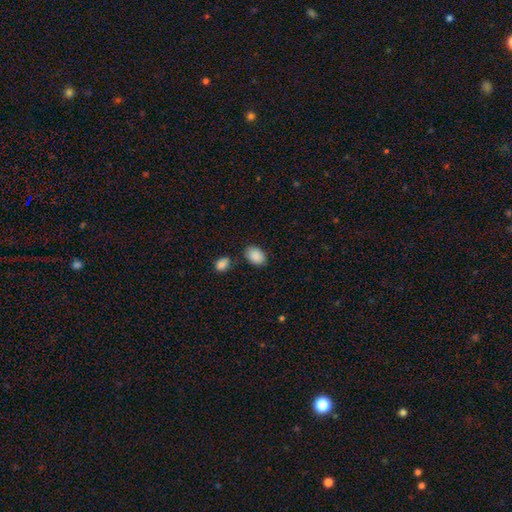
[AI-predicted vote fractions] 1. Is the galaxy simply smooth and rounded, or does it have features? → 89% smooth, 7% star or artifact, 4% featured or disk.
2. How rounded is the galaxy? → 82% in between, 17% round, 1% cigar-shaped.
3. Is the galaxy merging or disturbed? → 74% none, 16% minor disturbance, 6% merger, 4% major disturbance.